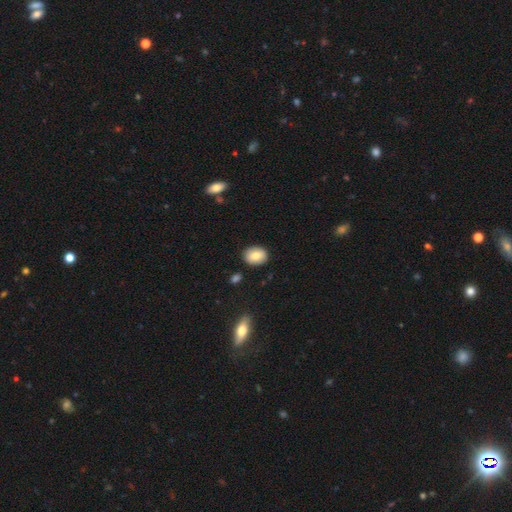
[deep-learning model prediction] Smooth or featured?
  - smooth: 81% *
  - featured or disk: 11%
  - star or artifact: 8%
How rounded?
  - in between: 62% *
  - round: 37%
  - cigar-shaped: 1%
Merging?
  - none: 87% *
  - minor disturbance: 9%
  - major disturbance: 2%
  - merger: 2%